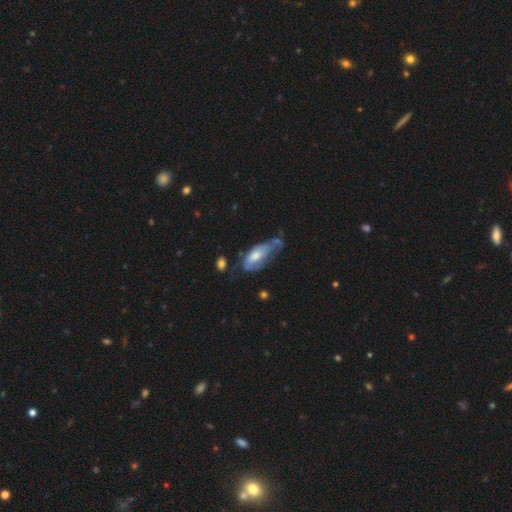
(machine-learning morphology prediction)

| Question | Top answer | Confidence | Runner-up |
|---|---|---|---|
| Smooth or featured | smooth | 50% | featured or disk (43%) |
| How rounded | in between | 81% | cigar-shaped (16%) |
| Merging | major disturbance | 37% | minor disturbance (31%) |